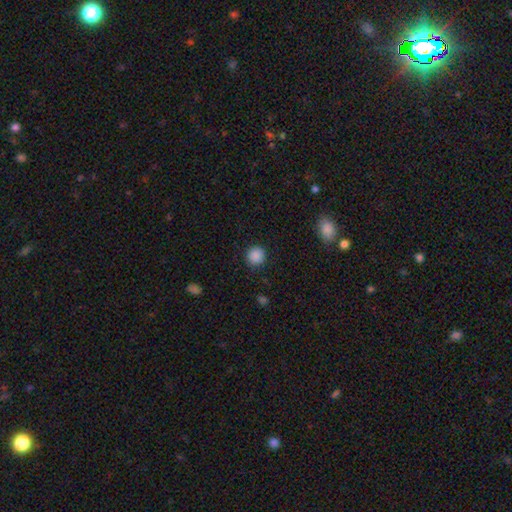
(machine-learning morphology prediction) Smooth or featured?
  - smooth: 87% *
  - star or artifact: 10%
  - featured or disk: 3%
How rounded?
  - round: 92% *
  - in between: 7%
  - cigar-shaped: 1%
Merging?
  - none: 89% *
  - minor disturbance: 7%
  - major disturbance: 2%
  - merger: 1%